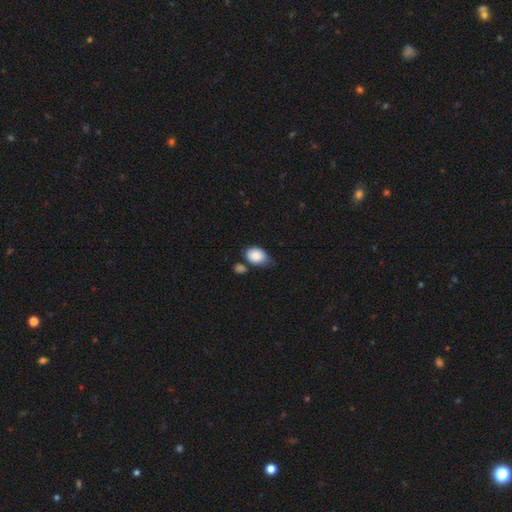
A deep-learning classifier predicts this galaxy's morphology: A smooth galaxy with no disk features (84%) that is in between round and cigar-shaped (79%). Merging: none (49%).